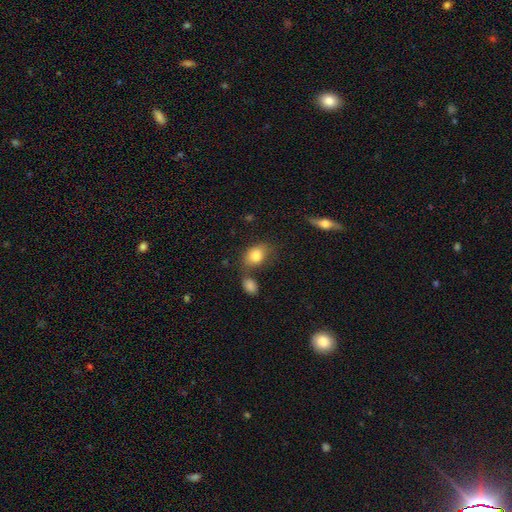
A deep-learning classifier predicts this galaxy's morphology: This is clearly a smooth galaxy (82%). How rounded: likely in between (79%). Merging: possibly none (55%).